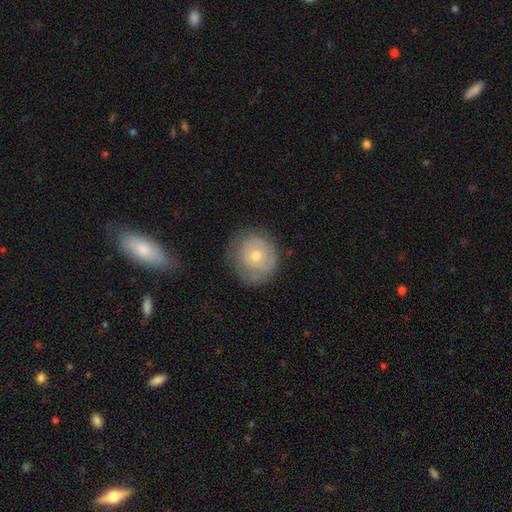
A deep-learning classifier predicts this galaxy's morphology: The model was most divided on "smooth or featured": smooth: 53%, featured or disk: 40%, star or artifact: 8%. More confident: how rounded — round (86%); merging — none (69%).